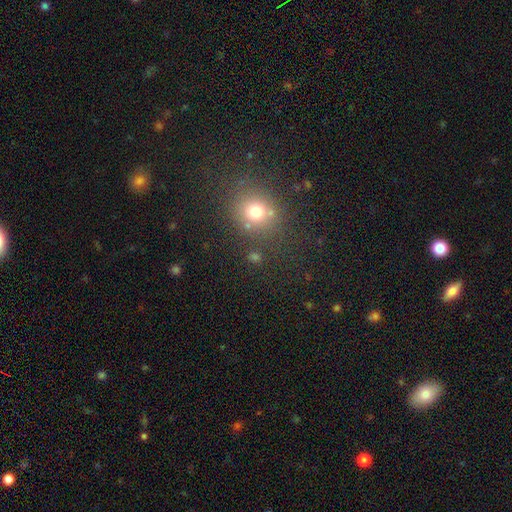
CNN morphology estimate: A smooth galaxy with no disk features (63%) that is round (79%).

Vote fractions:
- Smooth or featured? smooth: 63% / star or artifact: 28% / featured or disk: 9%
- How rounded? round: 79% / in between: 20% / cigar-shaped: 1%
- Merging? none: 76% / minor disturbance: 11% / merger: 8% / major disturbance: 5%